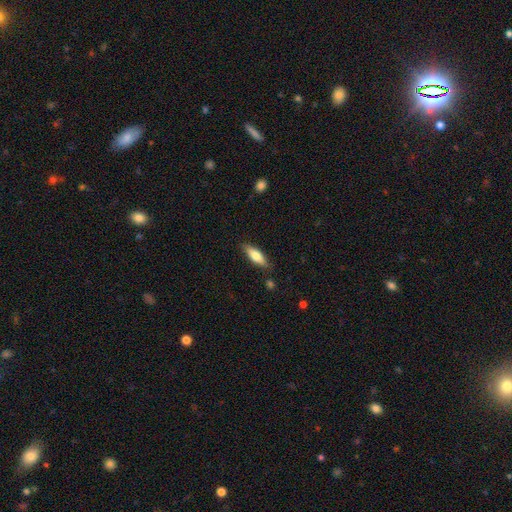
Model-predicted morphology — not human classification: type=smooth (72%); roundness=in between (57%); merging=none (83%).